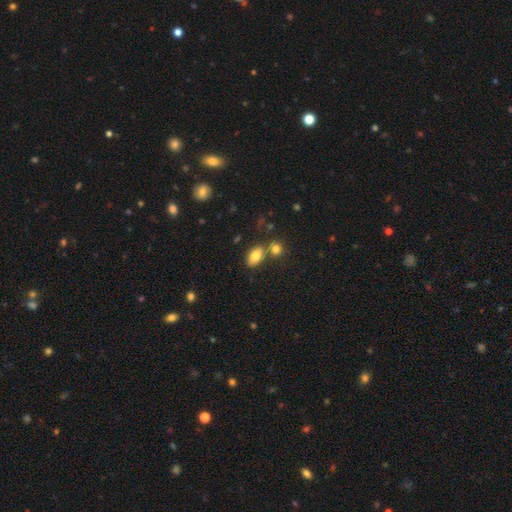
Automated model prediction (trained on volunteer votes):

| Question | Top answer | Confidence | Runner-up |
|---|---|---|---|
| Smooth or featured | smooth | 81% | featured or disk (10%) |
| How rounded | in between | 89% | round (8%) |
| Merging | none | 65% | merger (21%) |